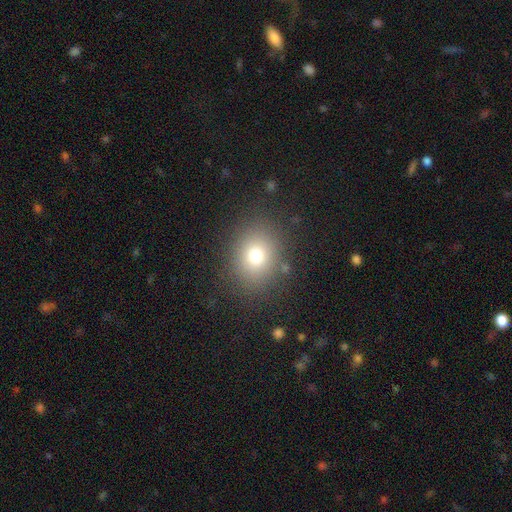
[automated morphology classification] The model was most divided on "how rounded": round: 64%, in between: 35%, cigar-shaped: 1%. More confident: merging — none (84%); smooth or featured — smooth (74%).